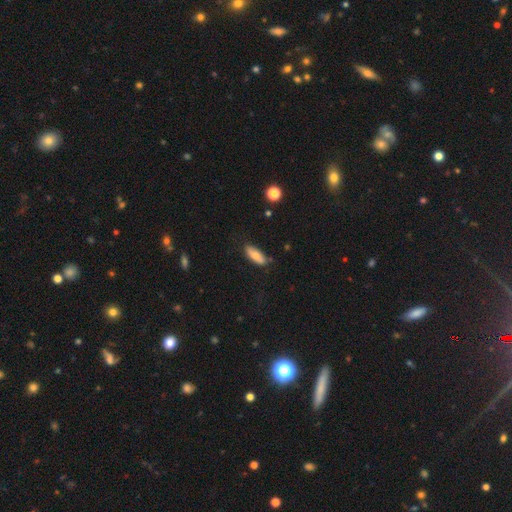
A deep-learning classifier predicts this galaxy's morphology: Smooth or featured?
  - smooth: 78% *
  - featured or disk: 15%
  - star or artifact: 7%
How rounded?
  - in between: 71% *
  - cigar-shaped: 27%
  - round: 2%
Merging?
  - none: 76% *
  - minor disturbance: 18%
  - major disturbance: 3%
  - merger: 2%